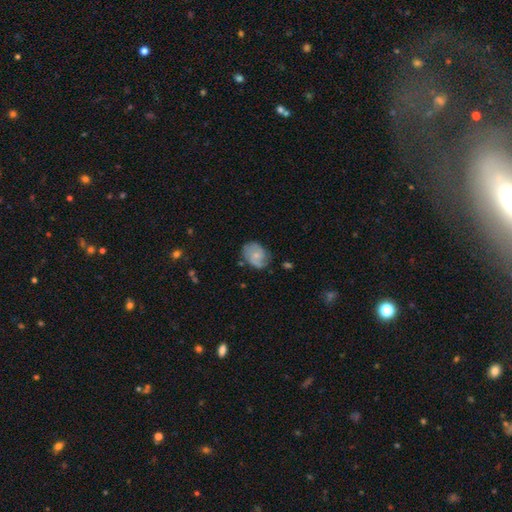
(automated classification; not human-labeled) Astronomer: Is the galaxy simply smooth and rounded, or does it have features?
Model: featured or disk — 63%.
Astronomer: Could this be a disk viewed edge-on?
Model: no — 97%.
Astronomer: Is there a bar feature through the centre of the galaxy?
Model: no — 74%.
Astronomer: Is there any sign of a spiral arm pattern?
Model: yes — 88%.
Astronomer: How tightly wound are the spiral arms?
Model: tight — 44% (runner-up: medium, 39%).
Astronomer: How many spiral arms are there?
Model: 2 — 47% (runner-up: can't tell, 24%).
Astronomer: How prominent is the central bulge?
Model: small — 67%.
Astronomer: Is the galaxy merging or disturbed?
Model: none — 63%.